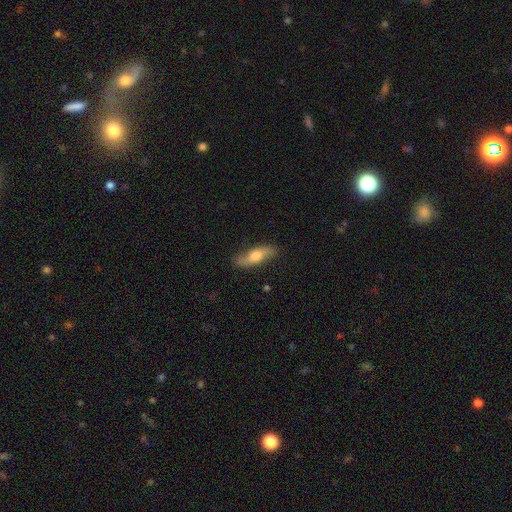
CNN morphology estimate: The model was most divided on "smooth or featured": smooth: 50%, featured or disk: 44%, star or artifact: 6%. More confident: merging — none (81%); how rounded — in between (53%).